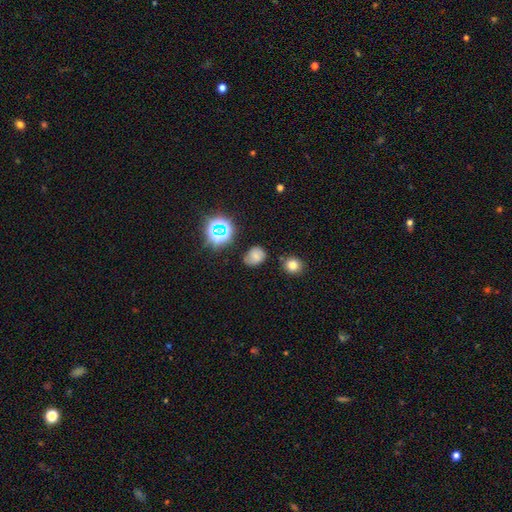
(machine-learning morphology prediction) type=smooth (66%); roundness=in between (55%); merging=none (66%).